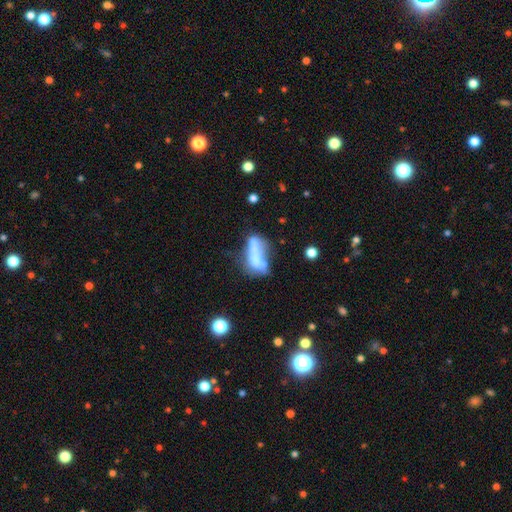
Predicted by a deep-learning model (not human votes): Smooth or featured: smooth — 46% (featured or disk — 43%)
Merging: merger — 34% (none — 25%)